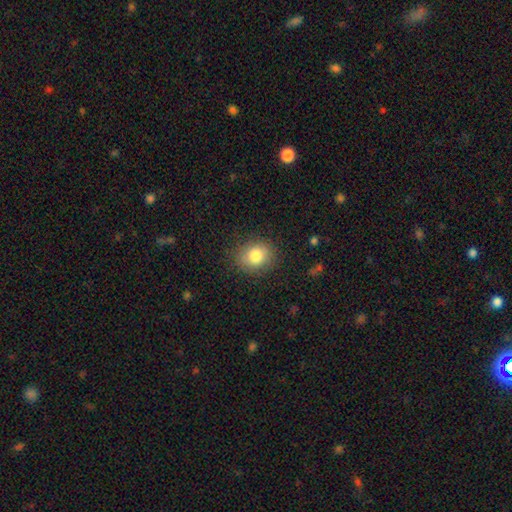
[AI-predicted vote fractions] This is clearly a smooth galaxy (81%). How rounded: likely round (61%). Merging: clearly none (84%).